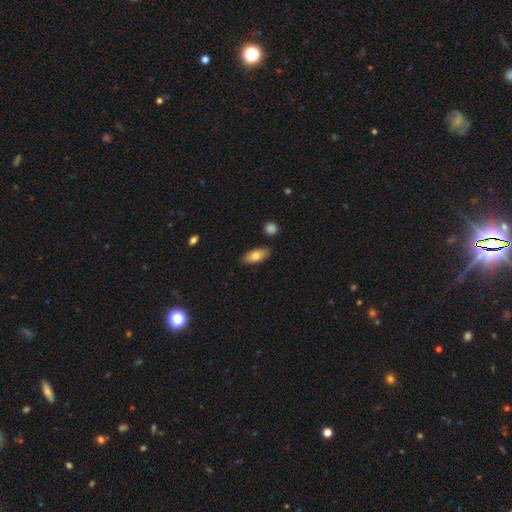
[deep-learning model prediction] This appears to be a smooth galaxy with no disk features (78%) that is in between round and cigar-shaped (85%). Merging: none (84%).